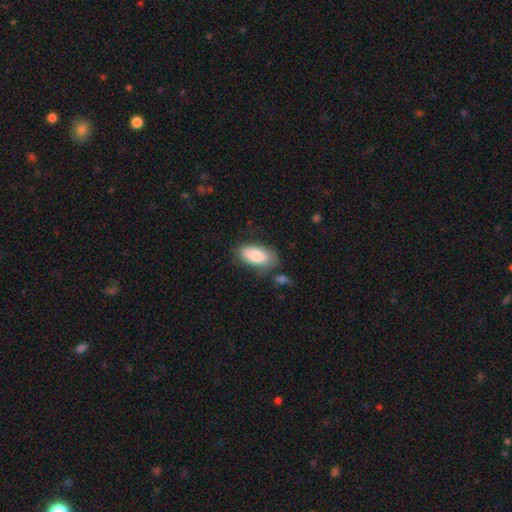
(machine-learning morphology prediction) This appears to be a smooth galaxy with no disk features (85%) that is in between round and cigar-shaped (93%). Merging: none (65%).